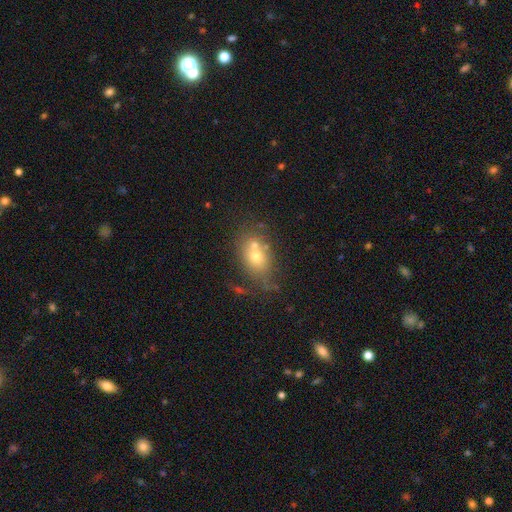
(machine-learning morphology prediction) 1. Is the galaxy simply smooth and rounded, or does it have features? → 65% smooth, 21% featured or disk, 13% star or artifact.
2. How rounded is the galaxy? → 65% in between, 33% round, 2% cigar-shaped.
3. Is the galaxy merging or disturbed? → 49% none, 31% merger, 15% minor disturbance, 6% major disturbance.